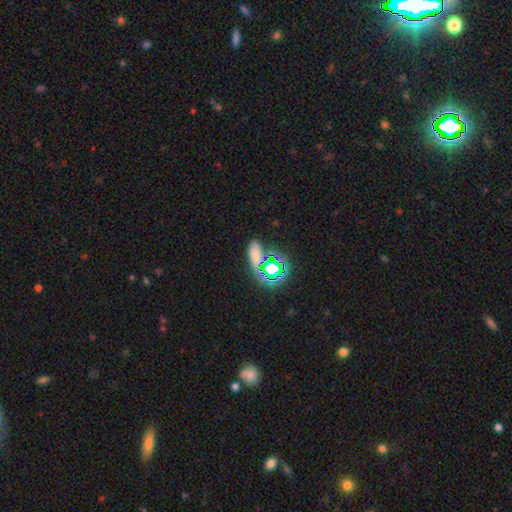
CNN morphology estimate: A smooth galaxy with no disk features (50%) that is in between round and cigar-shaped (74%).

Vote fractions:
- Smooth or featured? smooth: 50% / star or artifact: 40% / featured or disk: 10%
- How rounded? in between: 74% / round: 17% / cigar-shaped: 9%
- Merging? none: 70% / minor disturbance: 13% / merger: 11% / major disturbance: 6%